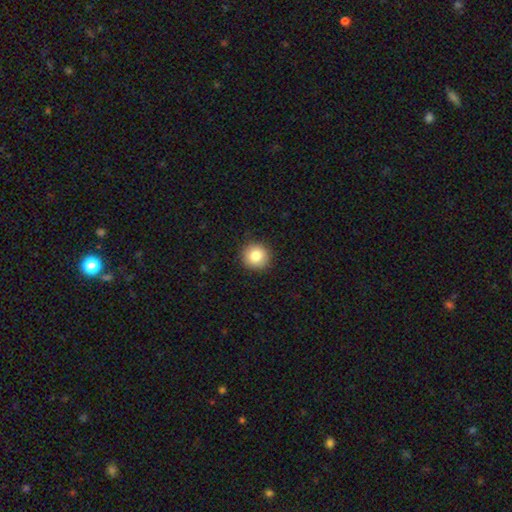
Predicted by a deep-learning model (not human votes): Overall: smooth (85%). How rounded: round (94%). Merging: none (91%).